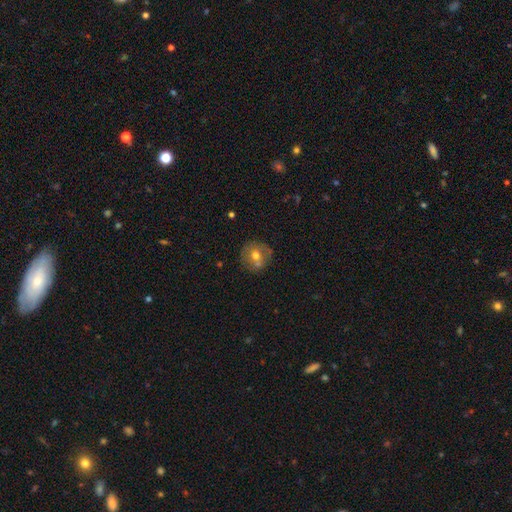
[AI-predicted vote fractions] smooth-or-featured: smooth: 57% | featured or disk: 33% | star or artifact: 9%
  how-rounded: round: 89% | in between: 10% | cigar-shaped: 1%
  merging: none: 66% | merger: 15% | minor disturbance: 15% | major disturbance: 4%